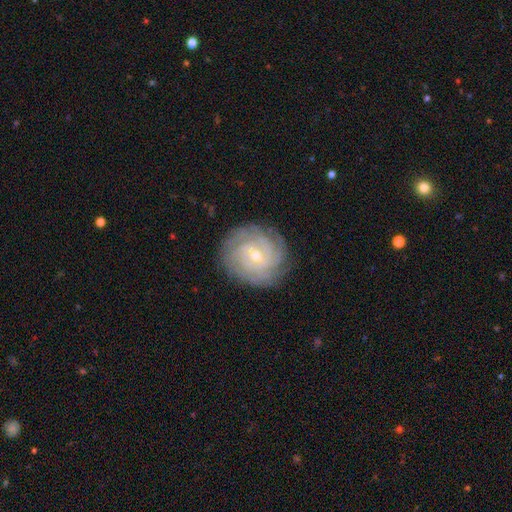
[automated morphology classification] featured or disk 84%, smooth 10%, star or artifact 7%. Down the decision tree: edge-on disk — no (97%); bar — weak (46%); spiral arms — yes (96%); spiral arm count — can't tell (32%); spiral winding — tight (80%); bulge size — small (54%); merging — none (85%).